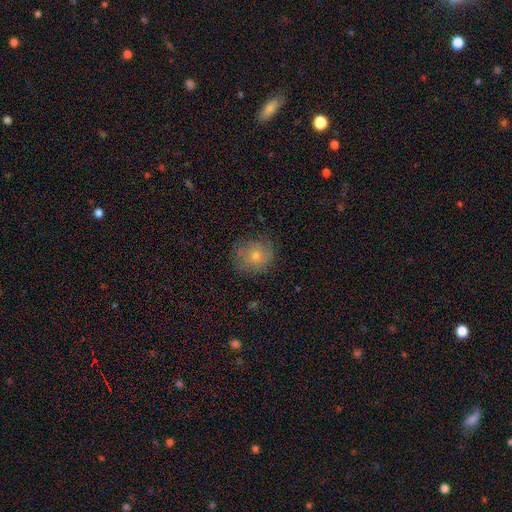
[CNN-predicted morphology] The model was most divided on "smooth or featured": smooth: 61%, featured or disk: 24%, star or artifact: 15%. More confident: how rounded — round (82%); merging — none (76%).